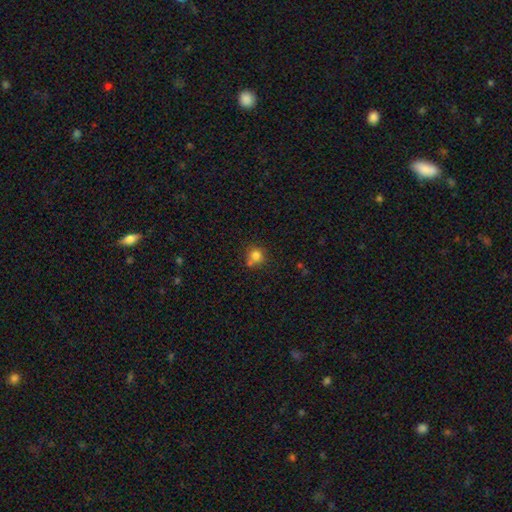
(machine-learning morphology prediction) A smooth galaxy with no disk features (79%) that is round (89%).

Vote fractions:
- Smooth or featured? smooth: 79% / star or artifact: 12% / featured or disk: 8%
- How rounded? round: 89% / in between: 10% / cigar-shaped: 1%
- Merging? none: 61% / merger: 24% / minor disturbance: 12% / major disturbance: 4%